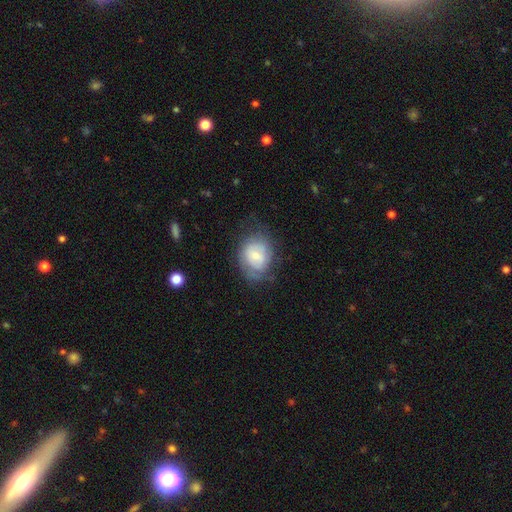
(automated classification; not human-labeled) This appears to be a smooth galaxy with no disk features (51%) that is round (57%). Merging: none (59%).